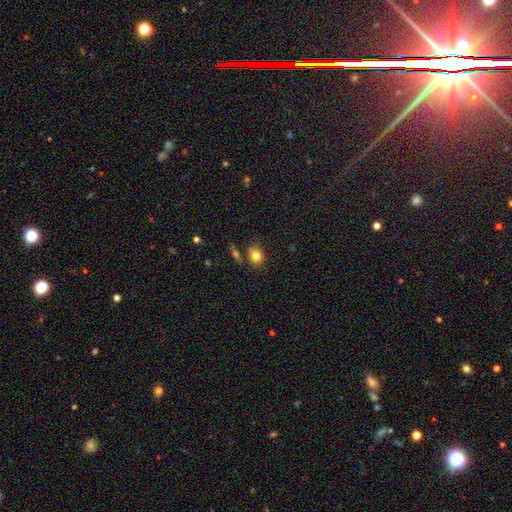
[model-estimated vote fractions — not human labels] The model was most divided on "how rounded": round: 53%, in between: 46%, cigar-shaped: 1%. More confident: smooth or featured — smooth (81%); merging — none (72%).